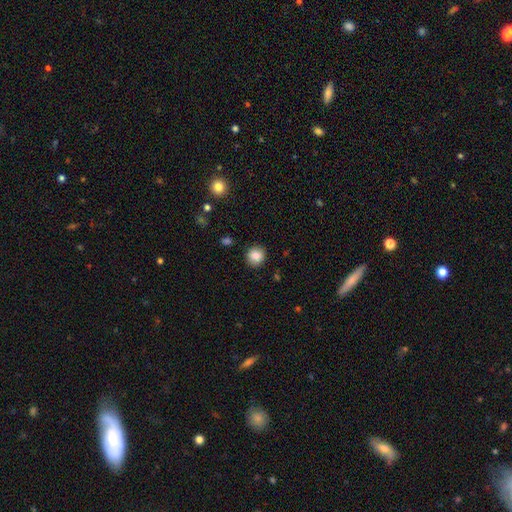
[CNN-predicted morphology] Q: Smooth or featured?
A: smooth (85%); runner-up: star or artifact (9%)
Q: How rounded?
A: round (91%); runner-up: in between (9%)
Q: Merging?
A: none (91%); runner-up: minor disturbance (6%)